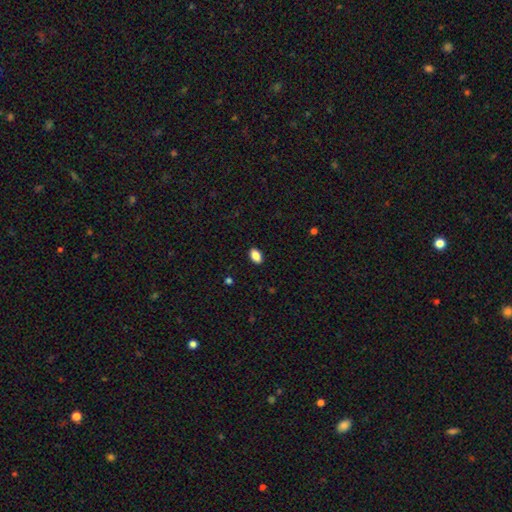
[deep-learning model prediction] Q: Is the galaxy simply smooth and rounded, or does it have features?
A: smooth — 88%.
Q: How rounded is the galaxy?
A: in between — 91%.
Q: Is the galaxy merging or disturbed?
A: none — 89%.